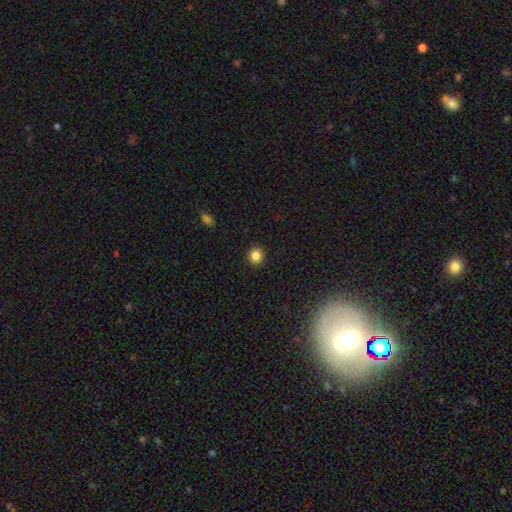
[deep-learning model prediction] smooth-or-featured: smooth: 85% | star or artifact: 11% | featured or disk: 4%
  how-rounded: round: 89% | in between: 10% | cigar-shaped: 1%
  merging: none: 92% | minor disturbance: 5% | major disturbance: 2% | merger: 1%